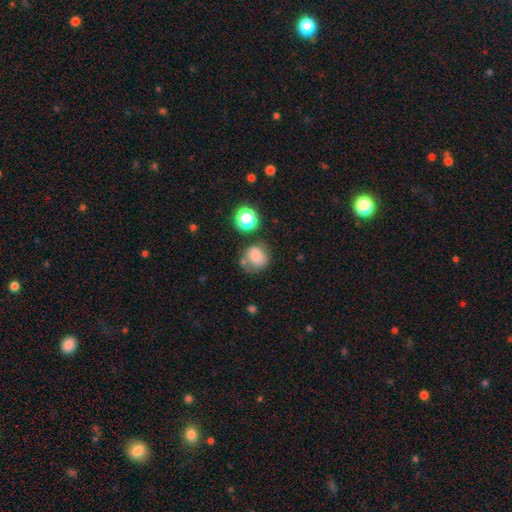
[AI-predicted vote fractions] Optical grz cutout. It shows a smooth galaxy with no disk features (68%) that is round (77%). Merging: none (53%).